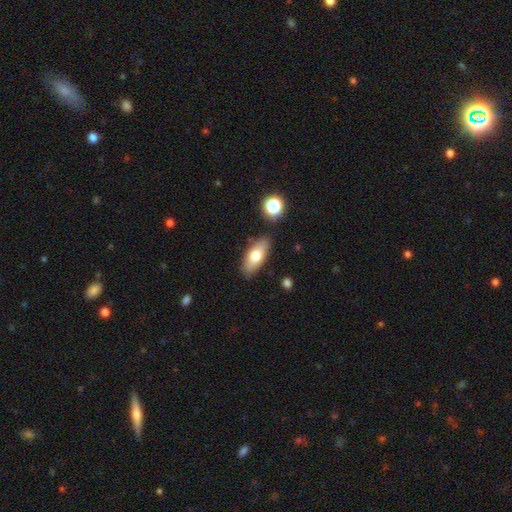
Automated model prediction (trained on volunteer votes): A smooth galaxy with no disk features (72%) that is in between round and cigar-shaped (80%). Merging: none (82%).